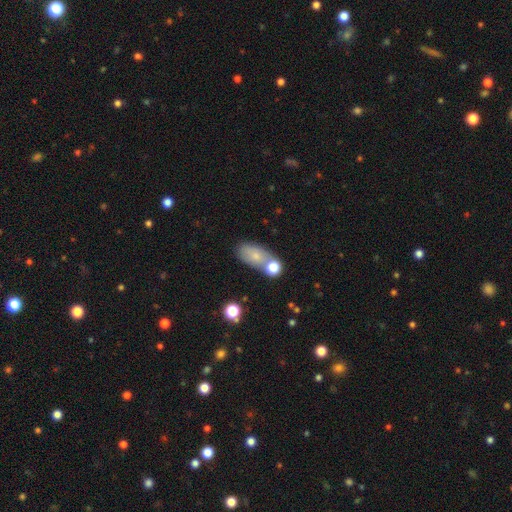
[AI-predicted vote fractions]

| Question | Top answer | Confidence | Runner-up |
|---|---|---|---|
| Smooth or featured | smooth | 74% | featured or disk (16%) |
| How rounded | in between | 87% | round (9%) |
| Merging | none | 54% | merger (22%) |